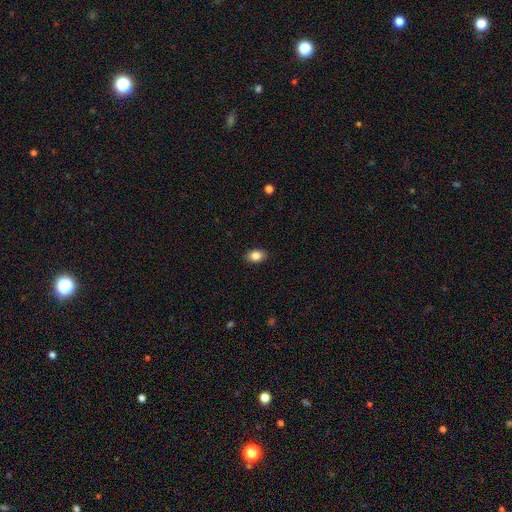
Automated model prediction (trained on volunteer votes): A smooth galaxy with no disk features (86%) that is in between round and cigar-shaped (80%).

Vote fractions:
- Smooth or featured? smooth: 86% / star or artifact: 8% / featured or disk: 6%
- How rounded? in between: 80% / round: 19% / cigar-shaped: 1%
- Merging? none: 89% / minor disturbance: 8% / major disturbance: 2% / merger: 1%